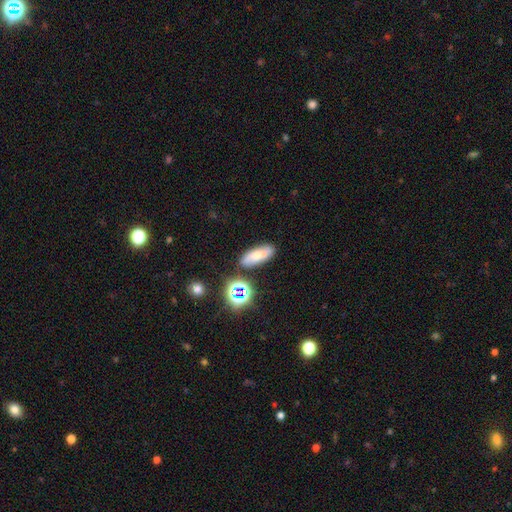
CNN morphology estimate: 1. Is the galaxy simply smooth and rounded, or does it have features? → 54% smooth, 27% featured or disk, 19% star or artifact.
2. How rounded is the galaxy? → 59% in between, 31% cigar-shaped, 10% round.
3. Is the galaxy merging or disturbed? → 74% none, 14% minor disturbance, 8% merger, 4% major disturbance.